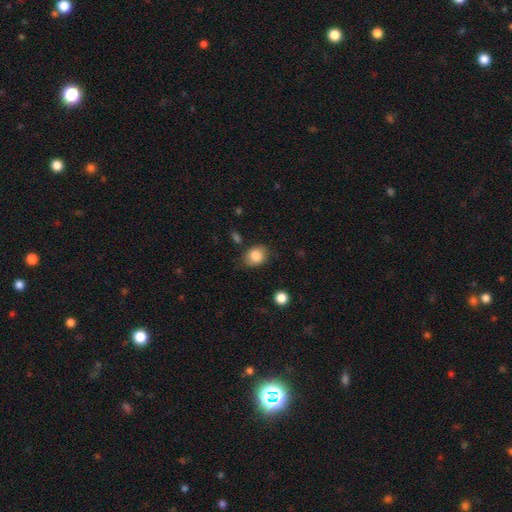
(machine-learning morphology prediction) Q: Smooth or featured?
A: smooth (85%); runner-up: star or artifact (8%)
Q: How rounded?
A: in between (52%); runner-up: round (47%)
Q: Merging?
A: none (75%); runner-up: minor disturbance (18%)